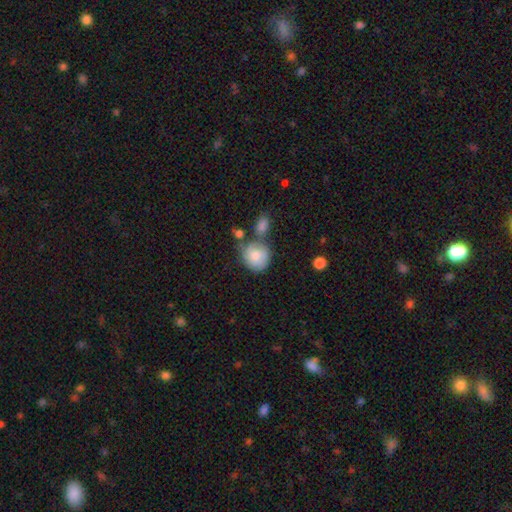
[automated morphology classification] A smooth galaxy with no disk features (78%) that is round (79%).

Vote fractions:
- Smooth or featured? smooth: 78% / featured or disk: 15% / star or artifact: 7%
- How rounded? round: 79% / in between: 20% / cigar-shaped: 1%
- Merging? none: 48% / merger: 23% / minor disturbance: 21% / major disturbance: 8%